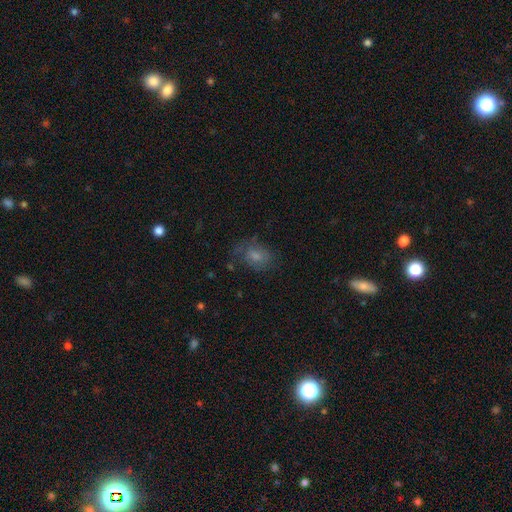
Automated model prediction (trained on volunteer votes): smooth-or-featured: smooth: 42% | featured or disk: 37% | star or artifact: 20%
  merging: none: 63% | minor disturbance: 20% | major disturbance: 14% | merger: 2%